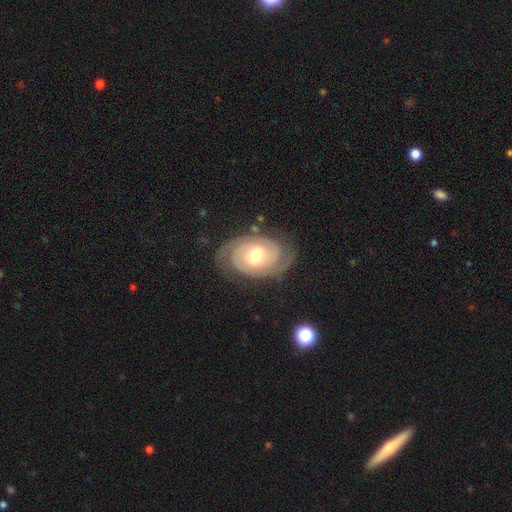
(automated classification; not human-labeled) Smooth or featured?
  - featured or disk: 85% *
  - smooth: 10%
  - star or artifact: 5%
Edge-on disk?
  - no: 96% *
  - yes: 4%
Bar?
  - no: 47% *
  - weak: 41%
  - strong: 12%
Spiral arms?
  - yes: 96% *
  - no: 4%
Spiral winding?
  - tight: 68% *
  - medium: 26%
  - loose: 6%
Spiral arm count?
  - 2: 74% *
  - can't tell: 12%
  - 3: 7%
  - 1: 3%
  - 4: 2%
  - more than 4: 2%
Bulge size?
  - moderate: 70% *
  - small: 21%
  - large: 7%
  - dominant: 1%
  - none: 1%
Merging?
  - none: 78% *
  - minor disturbance: 15%
  - major disturbance: 6%
  - merger: 2%